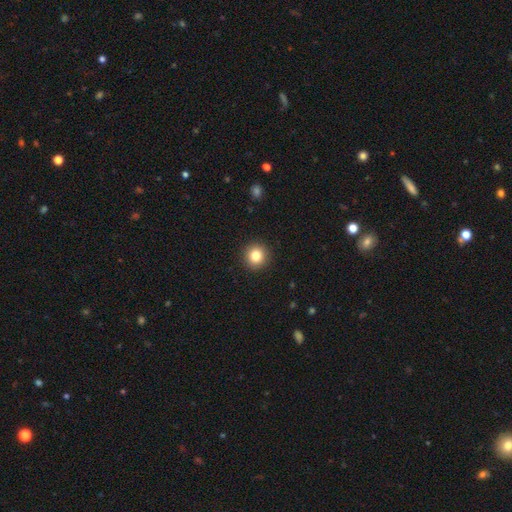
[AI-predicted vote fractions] smooth_or_featured: smooth (p=0.82) [alt: star or artifact p=0.11]
how_rounded: round (p=0.94) [alt: in between p=0.05]
merging: none (p=0.93) [alt: minor disturbance p=0.05]